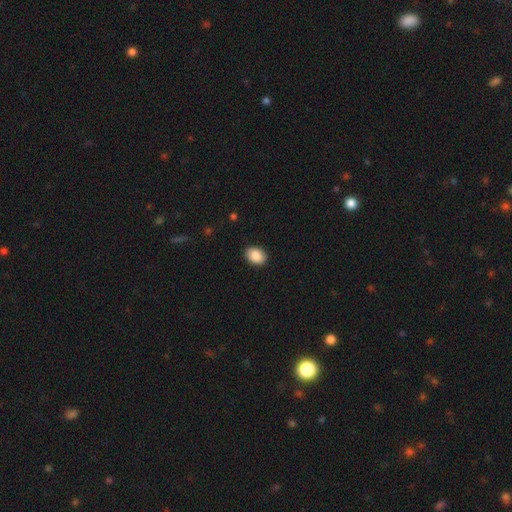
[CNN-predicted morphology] smooth 89%, star or artifact 7%, featured or disk 4%. Down the decision tree: how rounded — in between (76%); merging — none (90%).